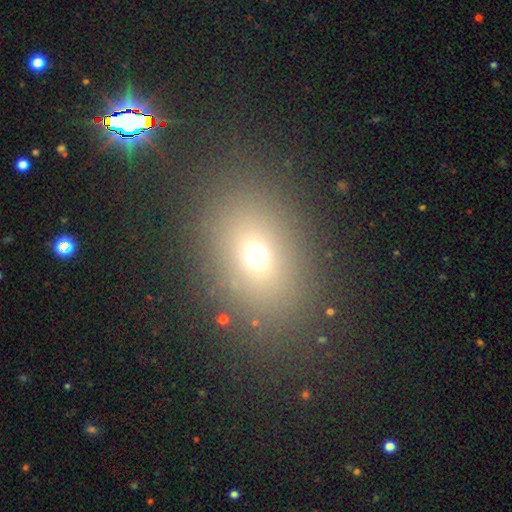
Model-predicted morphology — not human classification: type=smooth (66%); roundness=in between (64%); merging=none (84%).